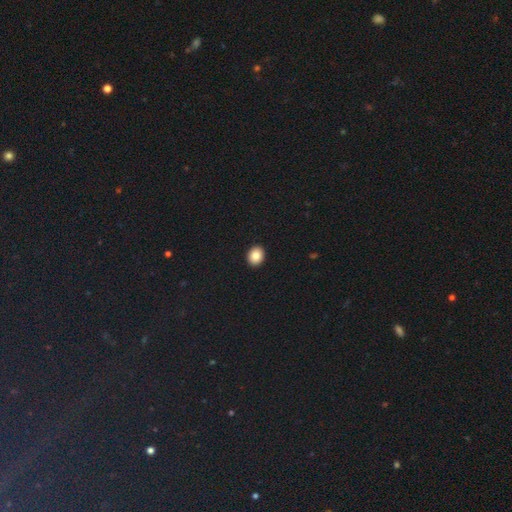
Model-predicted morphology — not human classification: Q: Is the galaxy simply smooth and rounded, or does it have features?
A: smooth — 86%.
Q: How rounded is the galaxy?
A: round — 51%.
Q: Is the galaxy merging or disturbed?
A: none — 93%.